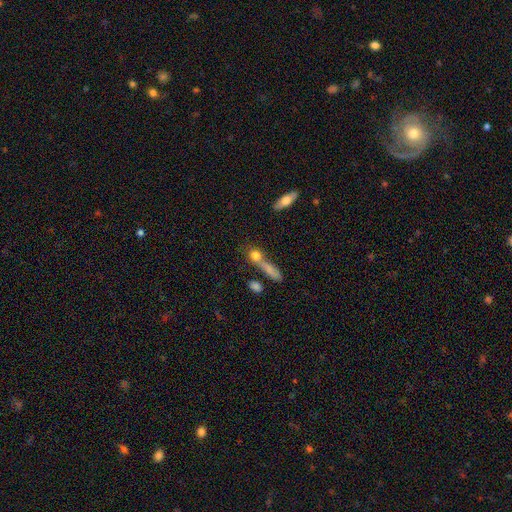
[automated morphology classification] smooth-or-featured: smooth: 75% | featured or disk: 14% | star or artifact: 11%
  how-rounded: round: 57% | cigar-shaped: 22% | in between: 21%
  merging: none: 47% | merger: 35% | minor disturbance: 11% | major disturbance: 7%